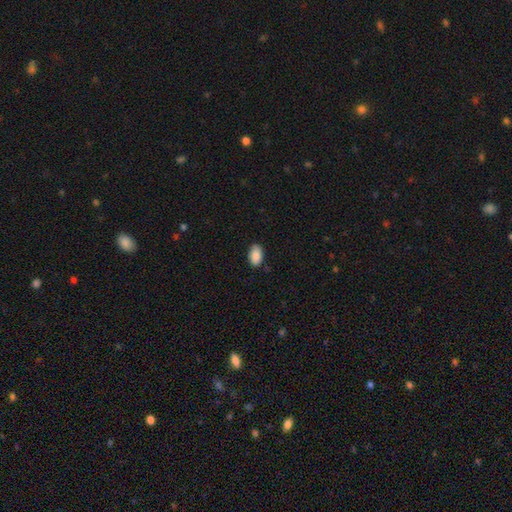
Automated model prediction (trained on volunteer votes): A smooth galaxy with no disk features (90%) that is in between round and cigar-shaped (93%). Merging: none (84%).